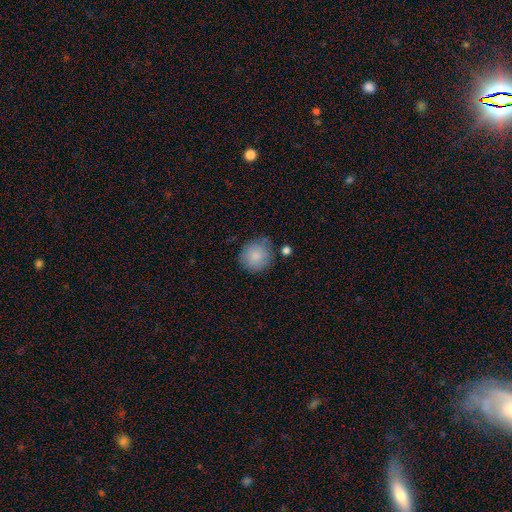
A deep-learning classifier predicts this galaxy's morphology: Q: Smooth or featured?
A: smooth (83%); runner-up: featured or disk (10%)
Q: How rounded?
A: round (89%); runner-up: in between (10%)
Q: Merging?
A: none (75%); runner-up: minor disturbance (17%)